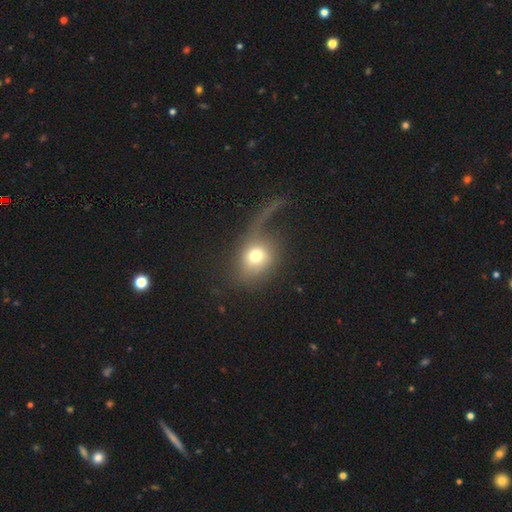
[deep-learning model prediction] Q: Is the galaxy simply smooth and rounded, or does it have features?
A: smooth — 67%.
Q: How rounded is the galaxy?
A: round — 64%.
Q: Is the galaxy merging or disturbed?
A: major disturbance — 56%.